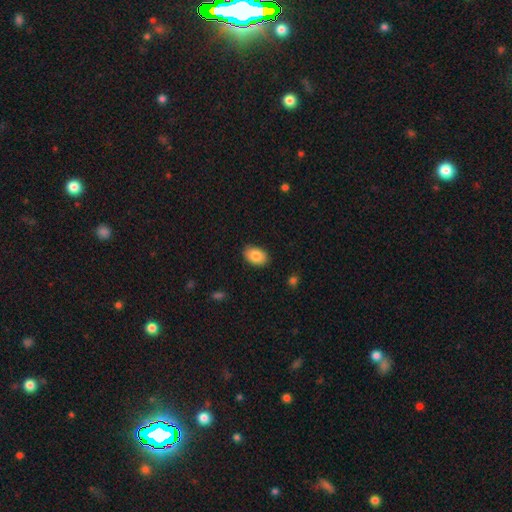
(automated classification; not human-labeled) smooth 85%, featured or disk 8%, star or artifact 7%. Down the decision tree: how rounded — in between (86%); merging — none (88%).